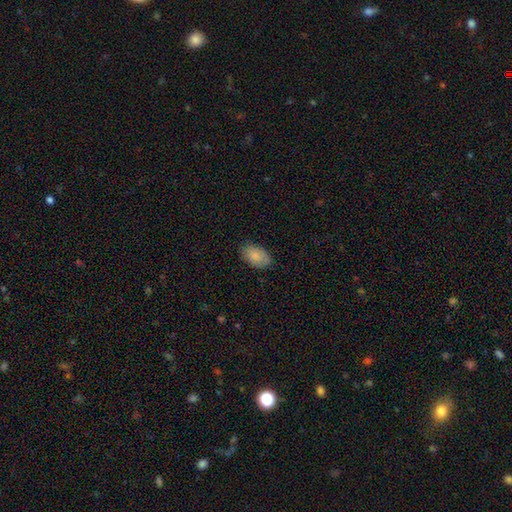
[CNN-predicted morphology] Smooth or featured: smooth — 84% (featured or disk — 9%)
How rounded: in between — 92% (round — 7%)
Merging: none — 81% (minor disturbance — 15%)